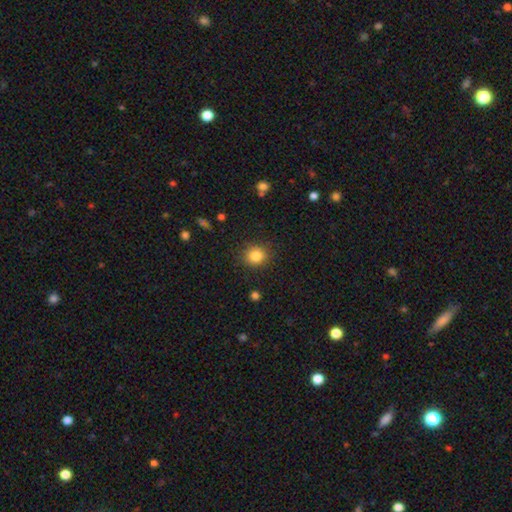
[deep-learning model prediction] Overall: smooth (84%). How rounded: round (82%). Merging: none (87%).